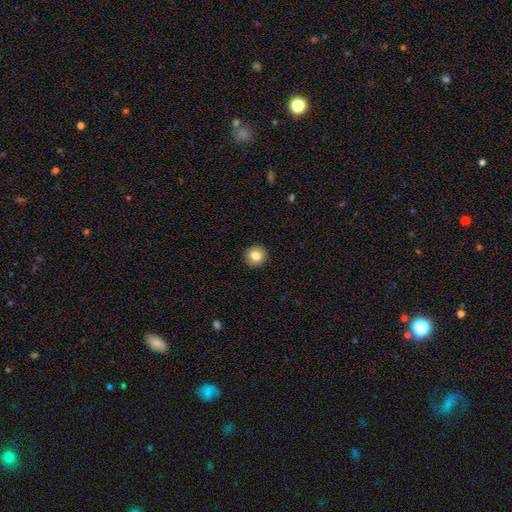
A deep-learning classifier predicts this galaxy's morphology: Q: Smooth or featured?
A: smooth (83%); runner-up: star or artifact (9%)
Q: How rounded?
A: round (93%); runner-up: in between (7%)
Q: Merging?
A: none (92%); runner-up: minor disturbance (5%)